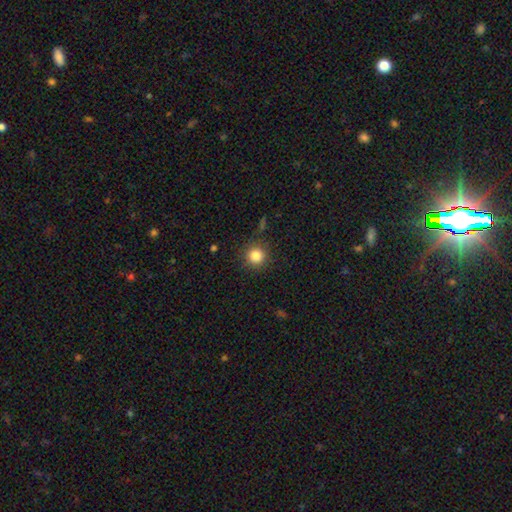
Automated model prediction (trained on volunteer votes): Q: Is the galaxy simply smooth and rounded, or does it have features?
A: smooth — 84%.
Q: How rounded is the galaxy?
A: round — 94%.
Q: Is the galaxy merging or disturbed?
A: none — 88%.